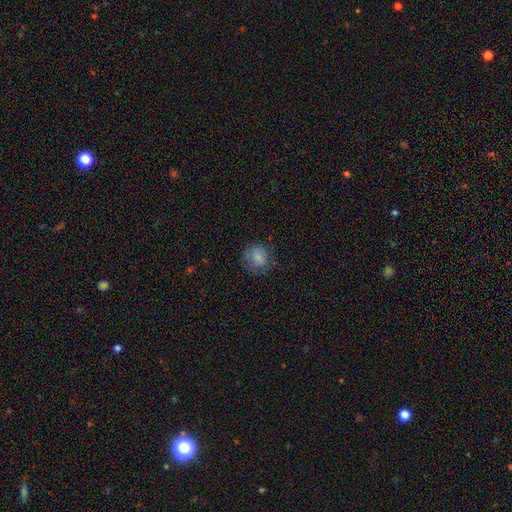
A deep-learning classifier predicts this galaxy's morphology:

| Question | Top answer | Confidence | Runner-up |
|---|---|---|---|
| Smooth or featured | smooth | 80% | star or artifact (10%) |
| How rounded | round | 83% | in between (16%) |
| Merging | none | 77% | minor disturbance (16%) |